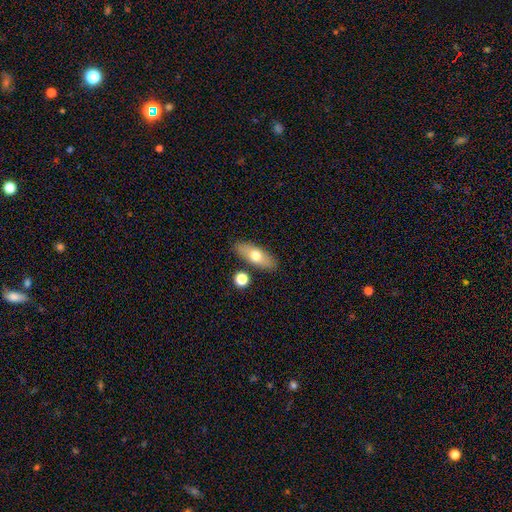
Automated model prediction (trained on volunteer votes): This is likely a smooth galaxy (65%). How rounded: likely in between (70%). Merging: clearly none (83%).